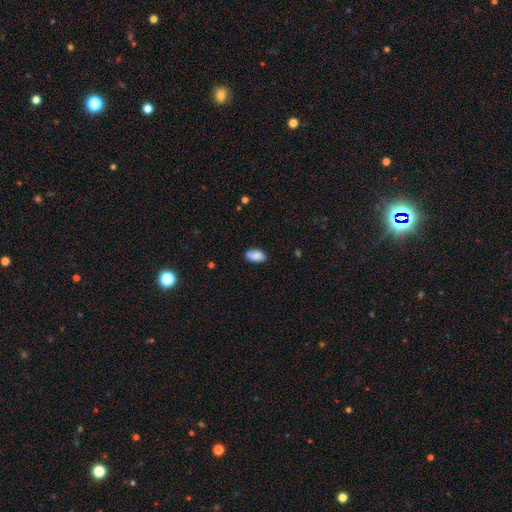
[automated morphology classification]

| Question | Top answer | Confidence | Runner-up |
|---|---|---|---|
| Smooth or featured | smooth | 86% | star or artifact (7%) |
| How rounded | in between | 93% | round (5%) |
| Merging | none | 78% | minor disturbance (18%) |